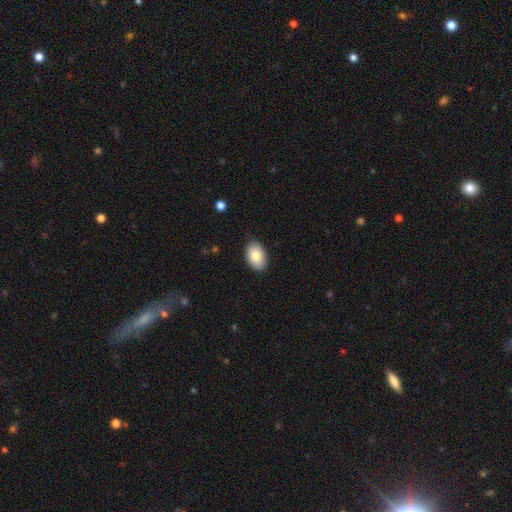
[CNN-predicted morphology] smooth_or_featured: smooth (p=0.82) [alt: featured or disk p=0.11]
how_rounded: in between (p=0.91) [alt: round p=0.08]
merging: none (p=0.84) [alt: minor disturbance p=0.13]